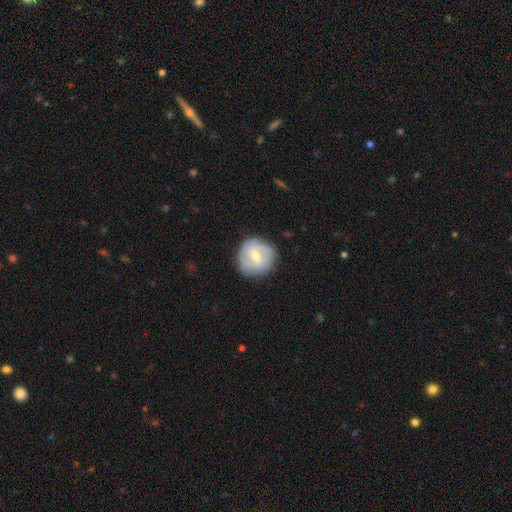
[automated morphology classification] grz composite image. It shows a featured or disk galaxy (54%) with a weak bar (49%), spiral arms (76%) and a moderate central bulge (53%). Merging: none (81%).